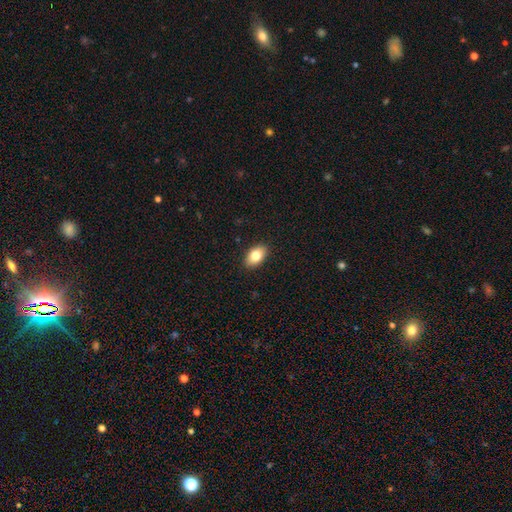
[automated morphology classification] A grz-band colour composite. It shows a smooth galaxy with no disk features (80%) that is in between round and cigar-shaped (91%). Merging: none (89%).